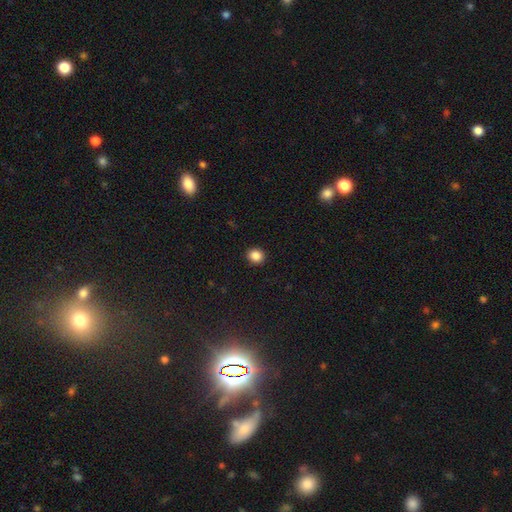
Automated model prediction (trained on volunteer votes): Smooth or featured?
  - smooth: 86% *
  - star or artifact: 10%
  - featured or disk: 4%
How rounded?
  - round: 72% *
  - in between: 27%
  - cigar-shaped: 1%
Merging?
  - none: 92% *
  - minor disturbance: 5%
  - major disturbance: 2%
  - merger: 1%